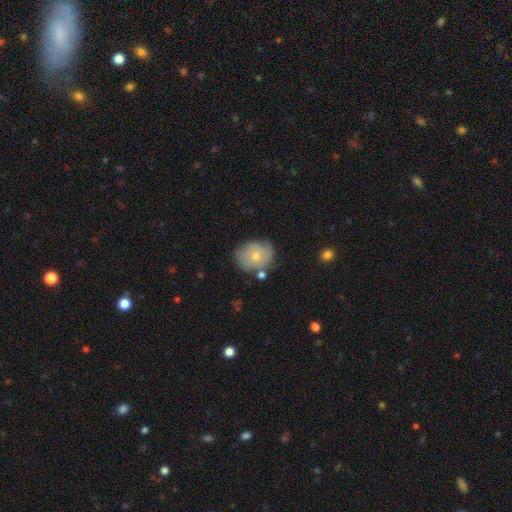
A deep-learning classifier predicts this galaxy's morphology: Q: Smooth or featured?
A: smooth (64%); runner-up: featured or disk (29%)
Q: How rounded?
A: round (75%); runner-up: in between (24%)
Q: Merging?
A: none (62%); runner-up: minor disturbance (24%)